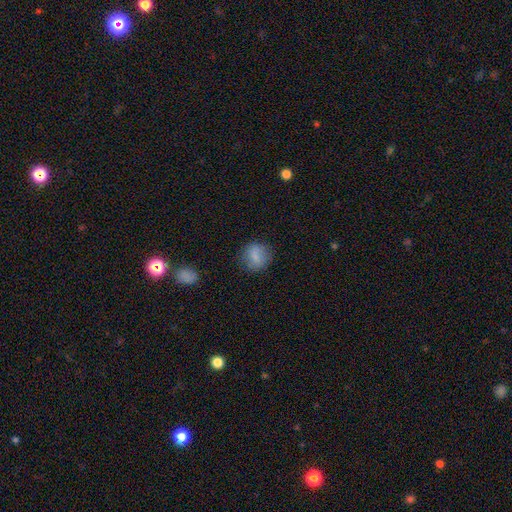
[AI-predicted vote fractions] Smooth or featured? Predicted: smooth (p=0.80). How rounded? Predicted: round (p=0.80). Merging? Predicted: none (p=0.80).